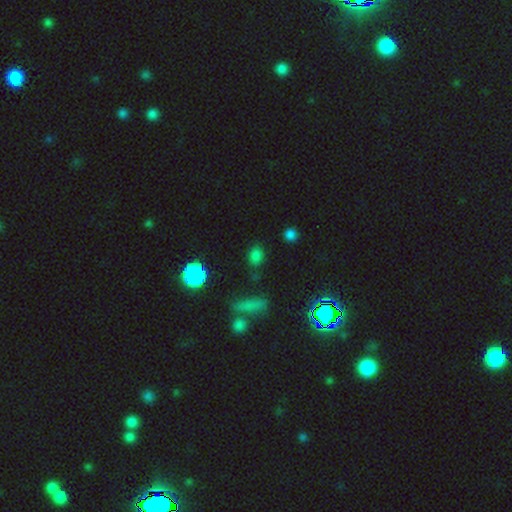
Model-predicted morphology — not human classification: Smooth or featured? Predicted: smooth (p=0.74). How rounded? Predicted: in between (p=0.52). Merging? Predicted: none (p=0.77).